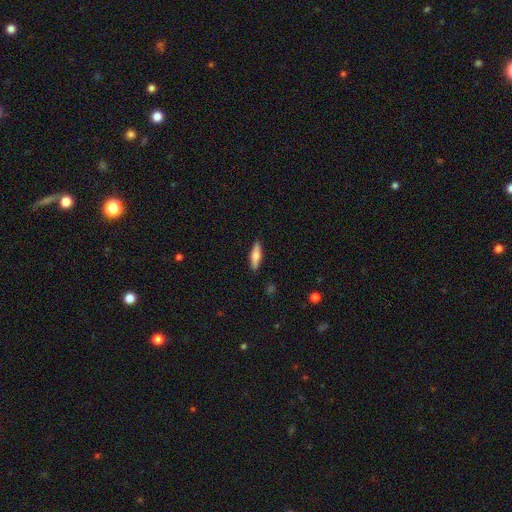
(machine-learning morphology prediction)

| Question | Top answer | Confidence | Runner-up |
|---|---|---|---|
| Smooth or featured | smooth | 64% | featured or disk (30%) |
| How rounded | cigar-shaped | 62% | in between (36%) |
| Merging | none | 90% | minor disturbance (8%) |